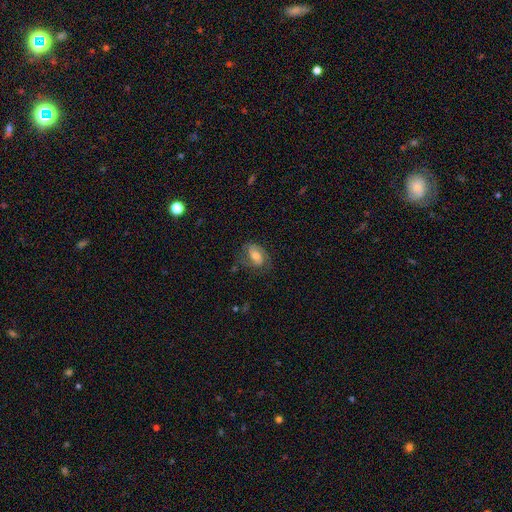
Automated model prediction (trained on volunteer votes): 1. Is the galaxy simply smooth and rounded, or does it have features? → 51% featured or disk, 39% smooth, 9% star or artifact.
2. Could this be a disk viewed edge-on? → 95% no, 5% yes.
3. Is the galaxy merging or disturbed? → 64% none, 22% minor disturbance, 13% major disturbance, 2% merger.